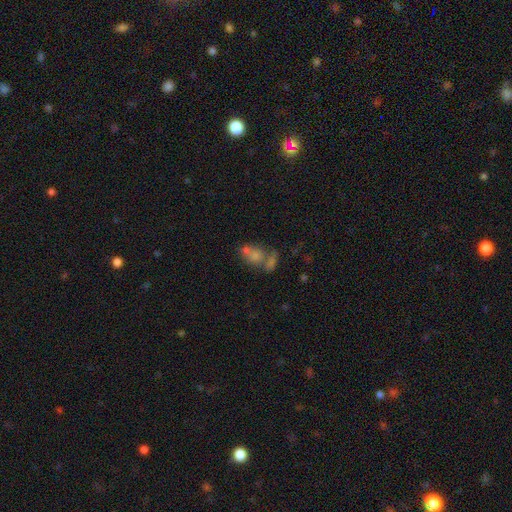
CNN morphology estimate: The model was most divided on "merging": merger: 49%, none: 34%, minor disturbance: 10%, major disturbance: 7%. More confident: smooth or featured — smooth (59%); how rounded — in between (56%).